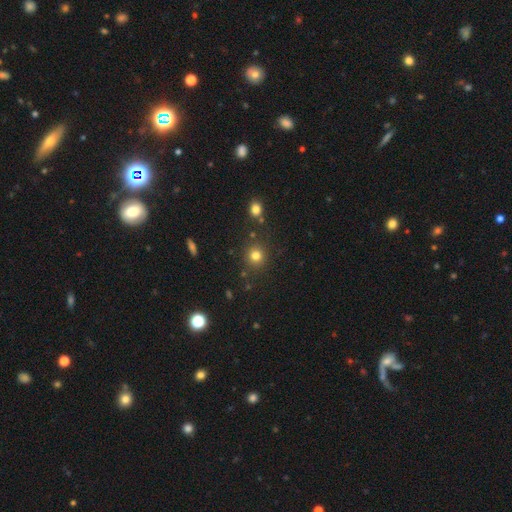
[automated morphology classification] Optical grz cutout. It shows a smooth galaxy with no disk features (79%) that is round (90%). Merging: none (86%).